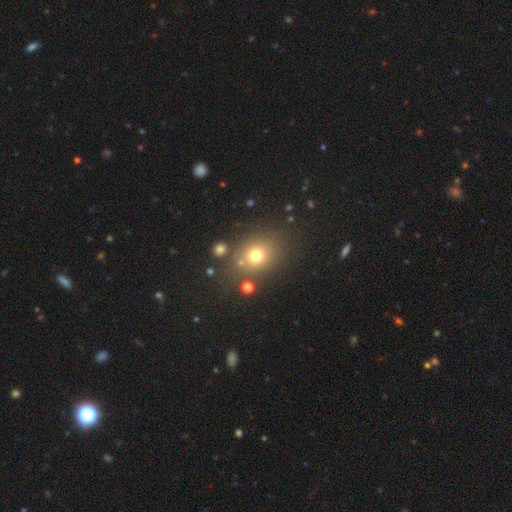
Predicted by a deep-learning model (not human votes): This is likely a smooth galaxy (73%). How rounded: likely round (61%). Merging: likely none (75%).